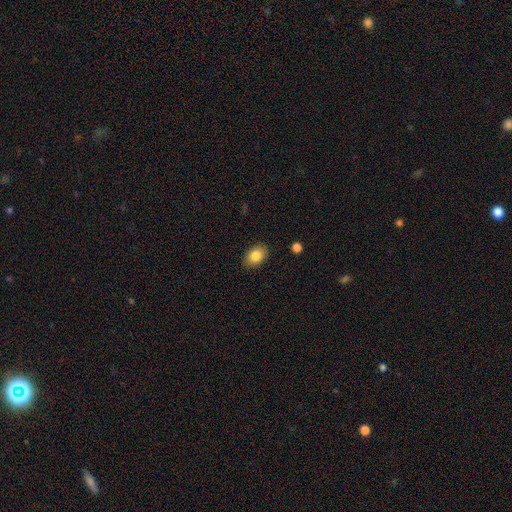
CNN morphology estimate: Smooth or featured: smooth — 84% (featured or disk — 8%)
How rounded: in between — 78% (round — 21%)
Merging: none — 87% (minor disturbance — 10%)